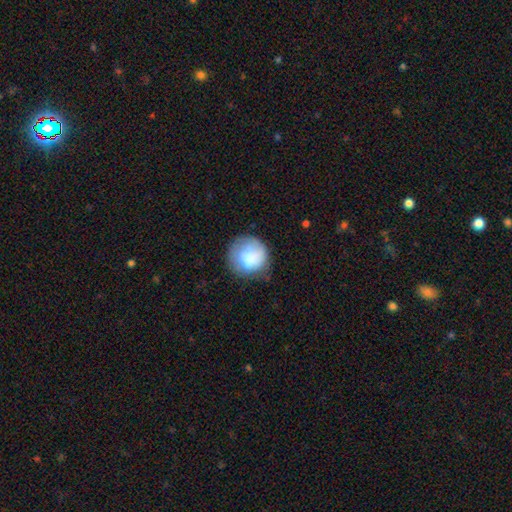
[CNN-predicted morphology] smooth_or_featured: smooth (p=0.79) [alt: featured or disk p=0.14]
how_rounded: round (p=0.91) [alt: in between p=0.08]
merging: none (p=0.65) [alt: minor disturbance p=0.24]